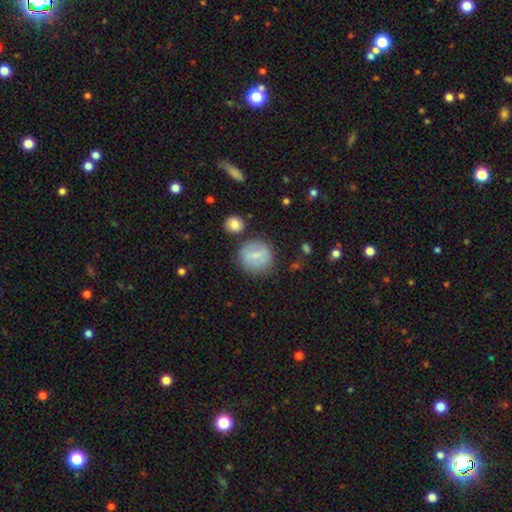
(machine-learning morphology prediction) Smooth or featured?
  - smooth: 61% *
  - featured or disk: 31%
  - star or artifact: 8%
How rounded?
  - round: 84% *
  - in between: 15%
  - cigar-shaped: 1%
Merging?
  - none: 76% *
  - minor disturbance: 14%
  - major disturbance: 6%
  - merger: 4%